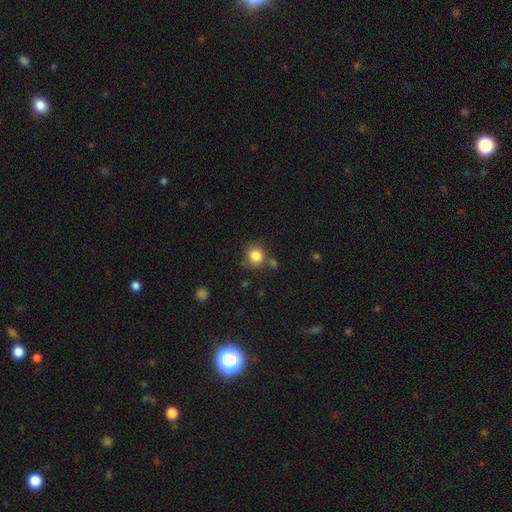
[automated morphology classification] type=smooth (84%); roundness=round (87%); merging=none (75%).